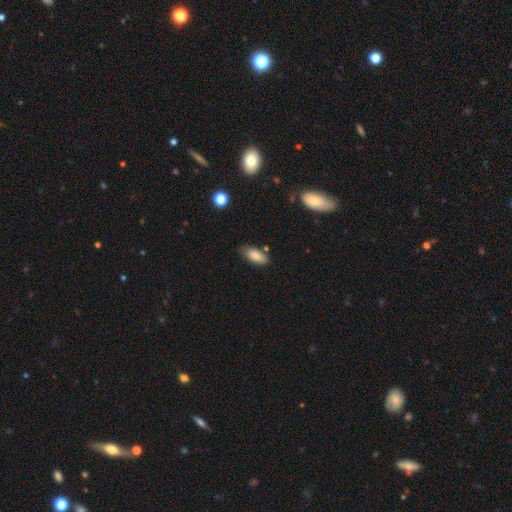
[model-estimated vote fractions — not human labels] Smooth or featured? smooth (84%)
How rounded? in between (88%)
Merging? none (74%)